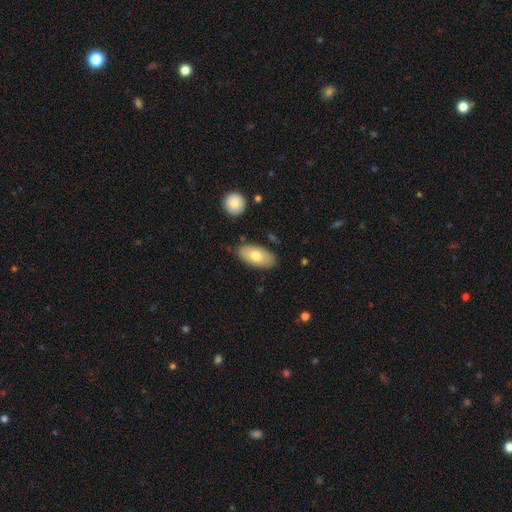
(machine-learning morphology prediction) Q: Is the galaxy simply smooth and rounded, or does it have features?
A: smooth — 71%.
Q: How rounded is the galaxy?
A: in between — 93%.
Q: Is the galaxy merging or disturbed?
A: none — 82%.